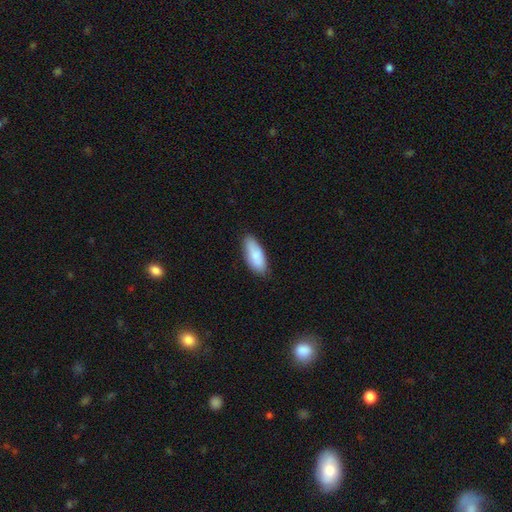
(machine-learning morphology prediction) type=smooth (84%); roundness=in between (79%); merging=none (81%).